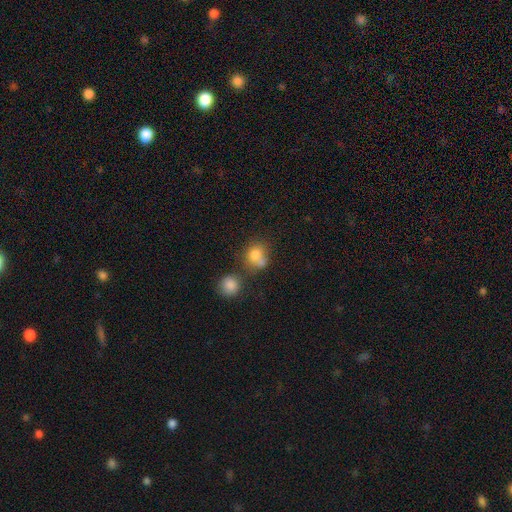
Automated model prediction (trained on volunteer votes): smooth_or_featured: smooth (p=0.77) [alt: star or artifact p=0.12]
how_rounded: round (p=0.67) [alt: in between p=0.32]
merging: none (p=0.40) [alt: merger p=0.38]